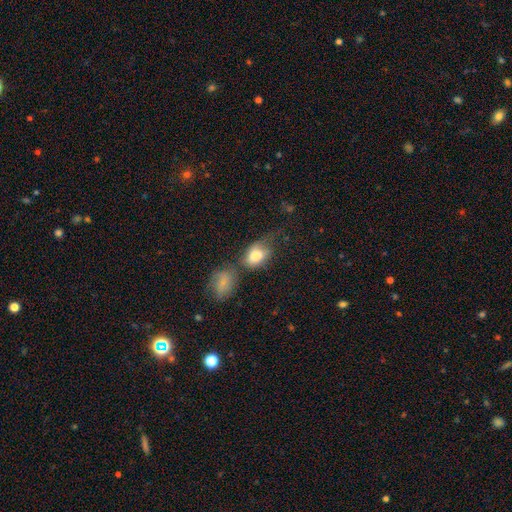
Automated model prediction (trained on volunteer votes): Smooth or featured?
  - smooth: 77% *
  - featured or disk: 15%
  - star or artifact: 8%
How rounded?
  - in between: 80% *
  - round: 18%
  - cigar-shaped: 2%
Merging?
  - none: 32% *
  - merger: 28%
  - minor disturbance: 23%
  - major disturbance: 17%